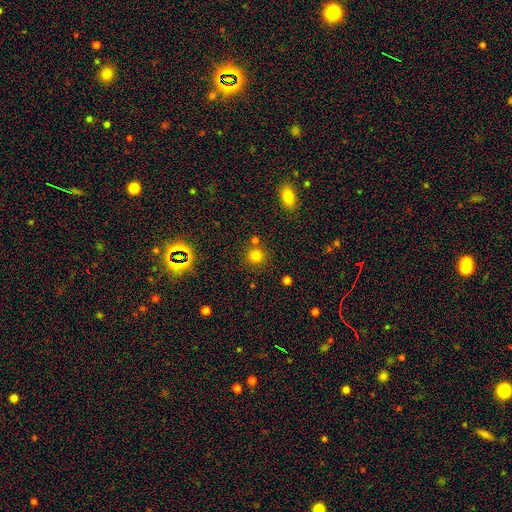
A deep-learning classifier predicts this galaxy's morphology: The model was most divided on "smooth or featured": smooth: 77%, star or artifact: 17%, featured or disk: 6%. More confident: how rounded — round (91%); merging — none (77%).